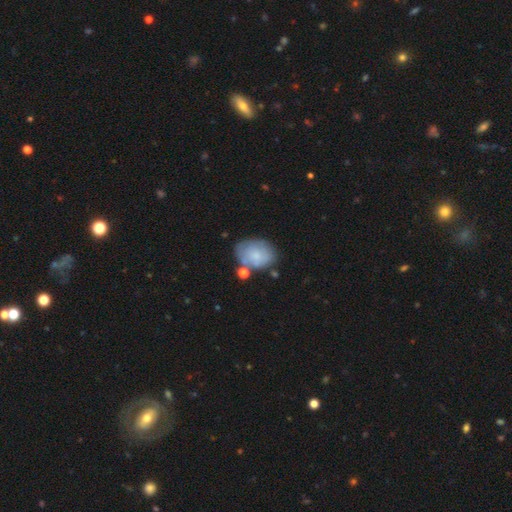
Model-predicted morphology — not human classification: Overall: smooth (67%). How rounded: in between (74%). Merging: none (57%; minor disturbance 23%).